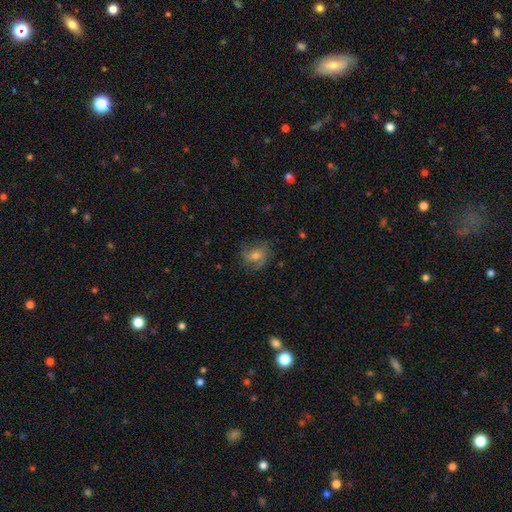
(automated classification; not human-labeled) Morphology: type=smooth (50%); roundness=round (67%); merging=none (70%).